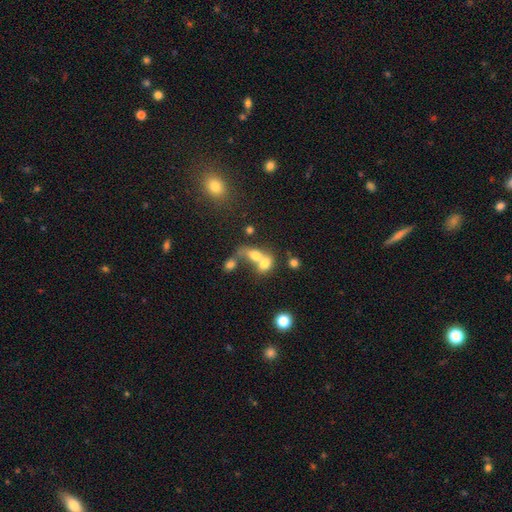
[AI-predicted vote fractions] Smooth or featured? smooth (68%)
How rounded? in between (60%)
Merging? merger (72%)